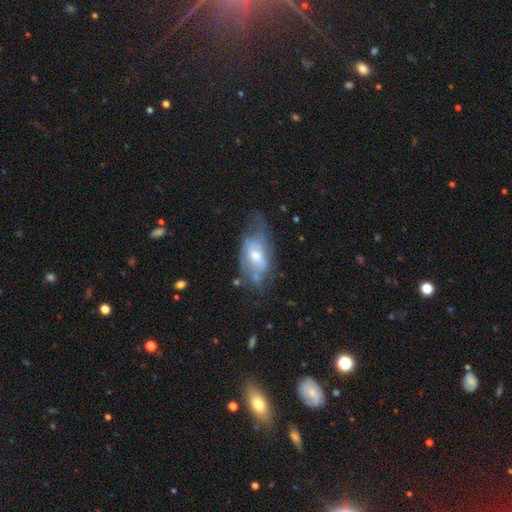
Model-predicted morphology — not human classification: smooth_or_featured: featured or disk (p=0.61) [alt: smooth p=0.31]
disk_edge_on: no (p=0.90) [alt: yes p=0.10]
bar: no (p=0.51) [alt: weak p=0.38]
has_spiral_arms: yes (p=0.58) [alt: no p=0.42]
bulge_size: moderate (p=0.59) [alt: small p=0.31]
merging: none (p=0.39) [alt: minor disturbance p=0.30]